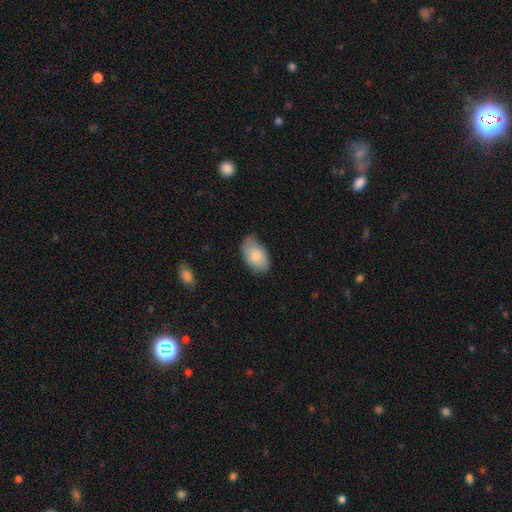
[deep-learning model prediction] Smooth or featured? Predicted: smooth (p=0.83). How rounded? Predicted: in between (p=0.93). Merging? Predicted: none (p=0.68).